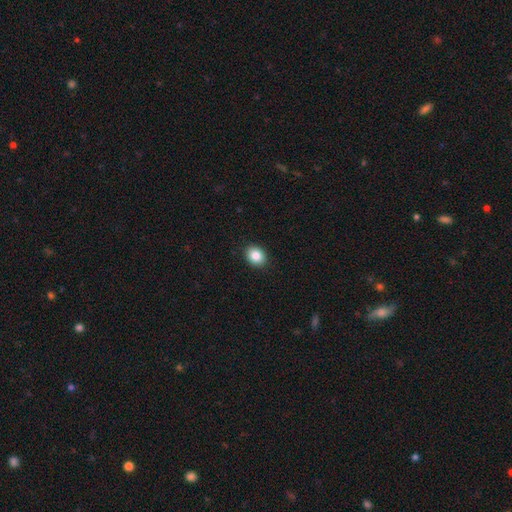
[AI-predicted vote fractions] Smooth or featured?
  - smooth: 86% *
  - star or artifact: 9%
  - featured or disk: 5%
How rounded?
  - round: 52% *
  - in between: 47%
  - cigar-shaped: 1%
Merging?
  - none: 91% *
  - minor disturbance: 7%
  - major disturbance: 2%
  - merger: 1%